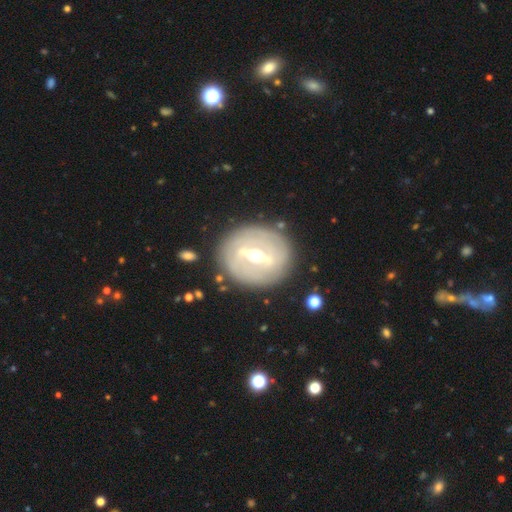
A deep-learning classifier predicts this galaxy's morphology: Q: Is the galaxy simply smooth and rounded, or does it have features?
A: featured or disk — 80%.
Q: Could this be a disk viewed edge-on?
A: no — 85%.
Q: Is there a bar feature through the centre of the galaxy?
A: strong — 65%.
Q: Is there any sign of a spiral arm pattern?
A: no — 51%.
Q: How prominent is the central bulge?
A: moderate — 73%.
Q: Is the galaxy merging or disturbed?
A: none — 82%.